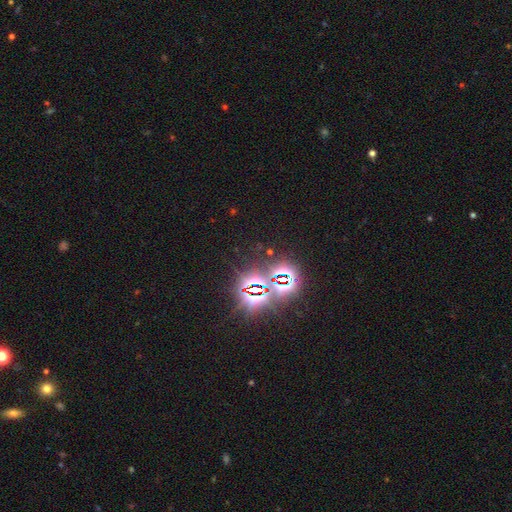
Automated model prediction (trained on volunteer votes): Morphology: type=star or artifact (73%).